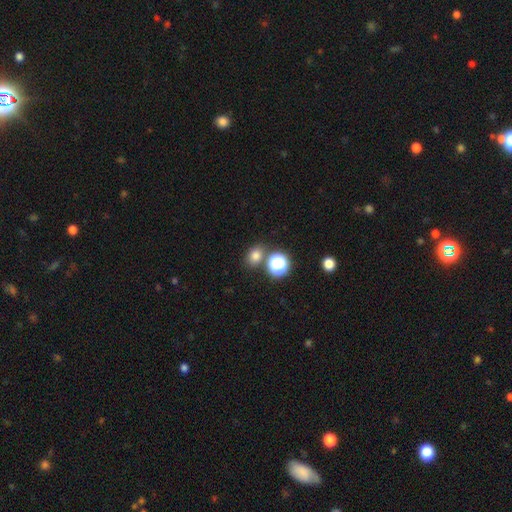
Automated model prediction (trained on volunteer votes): A smooth galaxy with no disk features (75%) that is in between round and cigar-shaped (50%).

Vote fractions:
- Smooth or featured? smooth: 75% / star or artifact: 19% / featured or disk: 6%
- How rounded? in between: 50% / round: 49% / cigar-shaped: 1%
- Merging? none: 73% / merger: 14% / minor disturbance: 10% / major disturbance: 3%